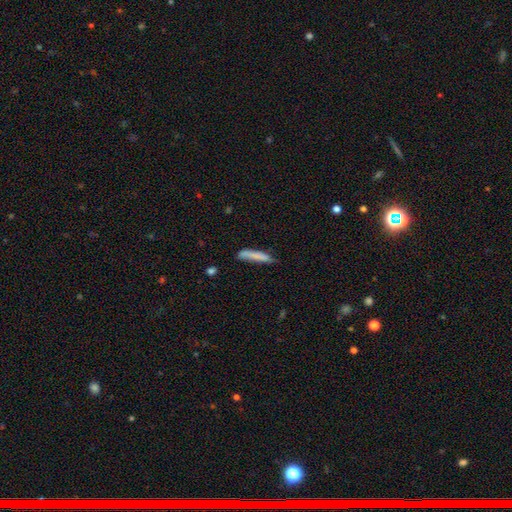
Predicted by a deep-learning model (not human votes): Smooth or featured?
  - smooth: 78% *
  - featured or disk: 16%
  - star or artifact: 7%
How rounded?
  - cigar-shaped: 90% *
  - in between: 8%
  - round: 1%
Merging?
  - none: 63% *
  - minor disturbance: 26%
  - major disturbance: 7%
  - merger: 4%